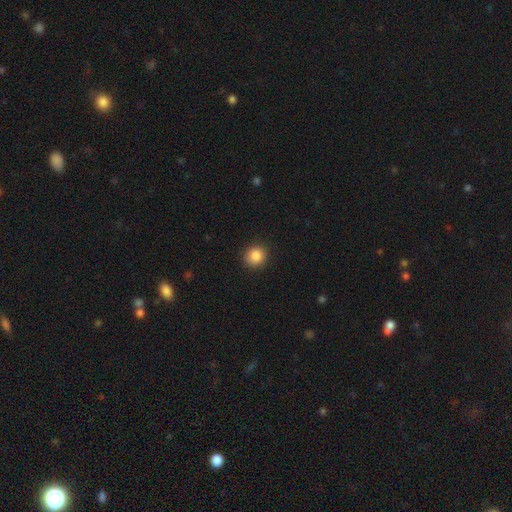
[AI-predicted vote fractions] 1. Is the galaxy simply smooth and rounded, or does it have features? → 87% smooth, 10% star or artifact, 4% featured or disk.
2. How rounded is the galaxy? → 86% round, 13% in between, 1% cigar-shaped.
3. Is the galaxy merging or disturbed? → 90% none, 7% minor disturbance, 2% major disturbance, 1% merger.